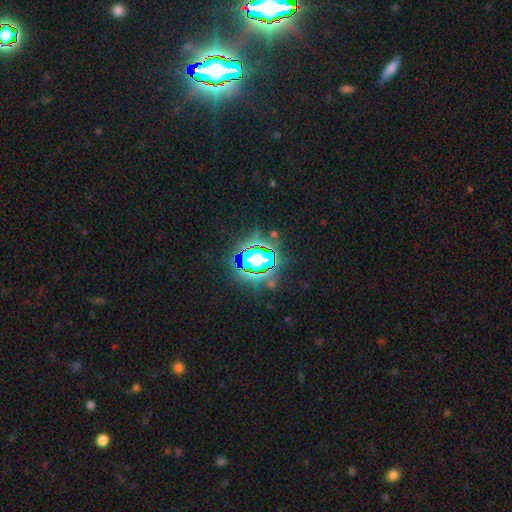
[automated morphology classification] Smooth or featured?
  - star or artifact: 82% *
  - smooth: 10%
  - featured or disk: 8%